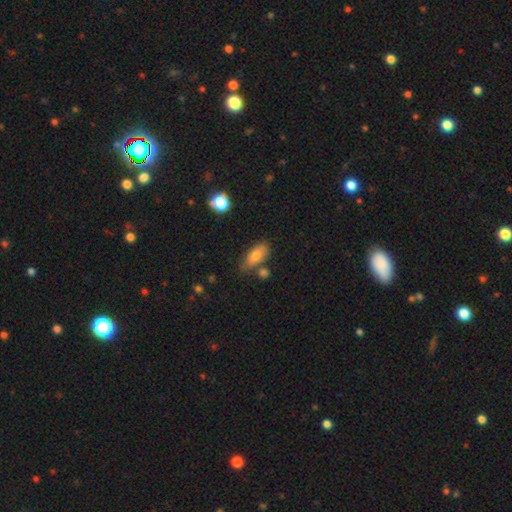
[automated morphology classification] type=smooth (79%); roundness=in between (80%); merging=none (65%).